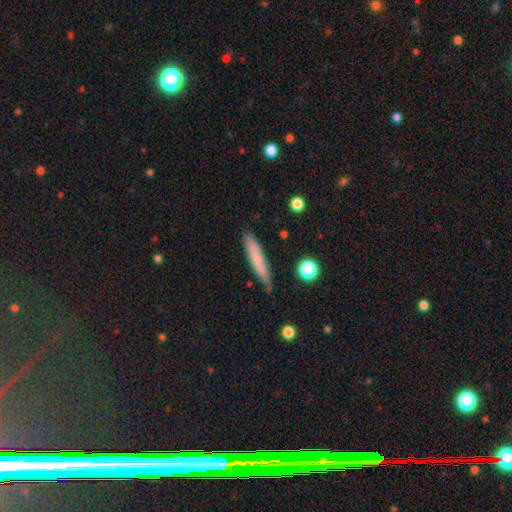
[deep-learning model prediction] Q: Smooth or featured?
A: smooth (69%); runner-up: featured or disk (25%)
Q: How rounded?
A: cigar-shaped (88%); runner-up: in between (11%)
Q: Merging?
A: none (78%); runner-up: minor disturbance (17%)